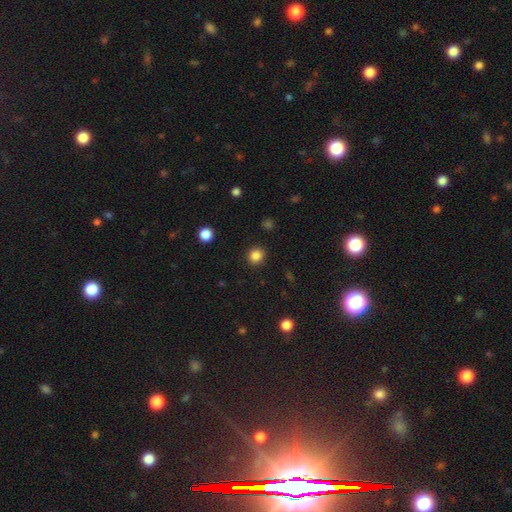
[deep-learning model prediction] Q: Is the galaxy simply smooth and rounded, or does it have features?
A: smooth — 85%.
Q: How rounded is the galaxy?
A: round — 89%.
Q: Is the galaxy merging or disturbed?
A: none — 91%.